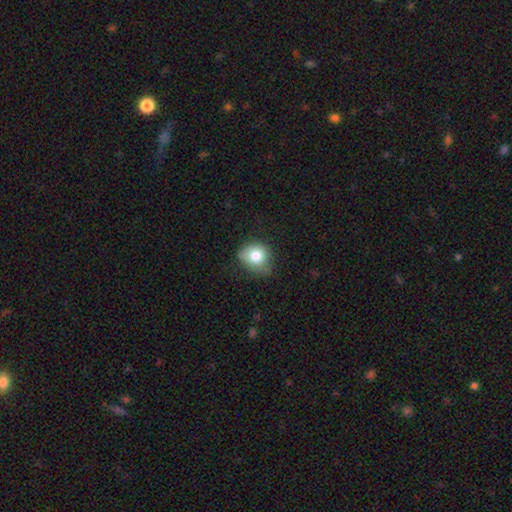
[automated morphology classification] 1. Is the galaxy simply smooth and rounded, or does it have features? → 79% smooth, 11% featured or disk, 10% star or artifact.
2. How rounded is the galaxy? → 66% round, 33% in between, 1% cigar-shaped.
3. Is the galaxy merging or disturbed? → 58% none, 32% minor disturbance, 8% major disturbance, 2% merger.